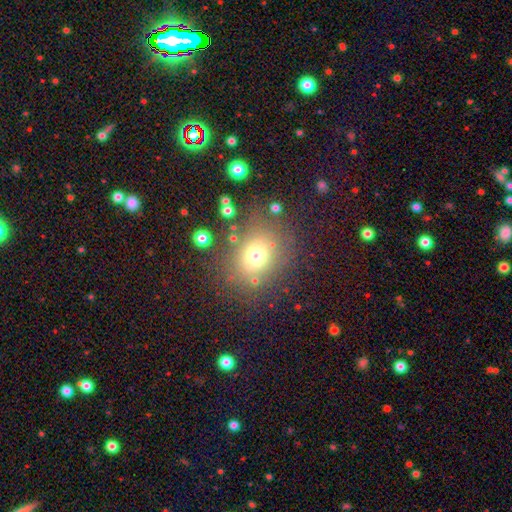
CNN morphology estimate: This appears to be a smooth galaxy with no disk features (69%) that is round (54%). Merging: none (75%).